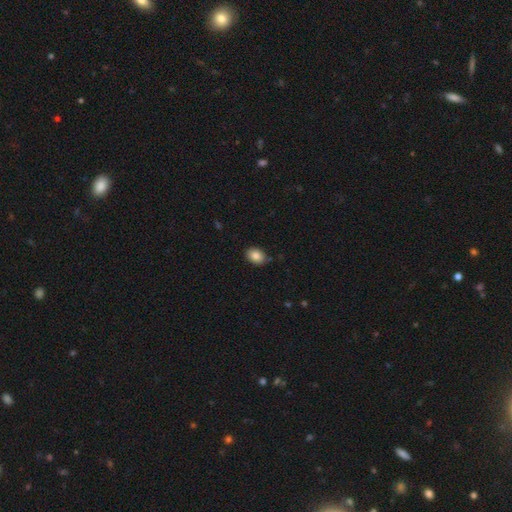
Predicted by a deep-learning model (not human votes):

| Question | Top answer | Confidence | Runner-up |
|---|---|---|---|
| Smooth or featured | smooth | 86% | star or artifact (8%) |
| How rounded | in between | 74% | round (25%) |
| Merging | none | 84% | minor disturbance (12%) |